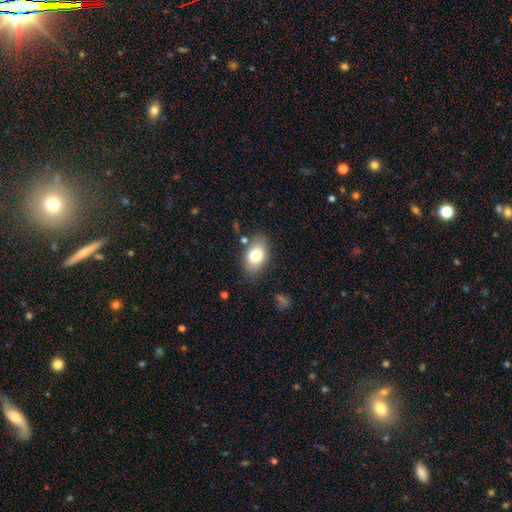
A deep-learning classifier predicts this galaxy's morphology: Smooth or featured?
  - smooth: 79% *
  - featured or disk: 14%
  - star or artifact: 8%
How rounded?
  - in between: 88% *
  - round: 11%
  - cigar-shaped: 1%
Merging?
  - none: 78% *
  - minor disturbance: 15%
  - major disturbance: 4%
  - merger: 3%